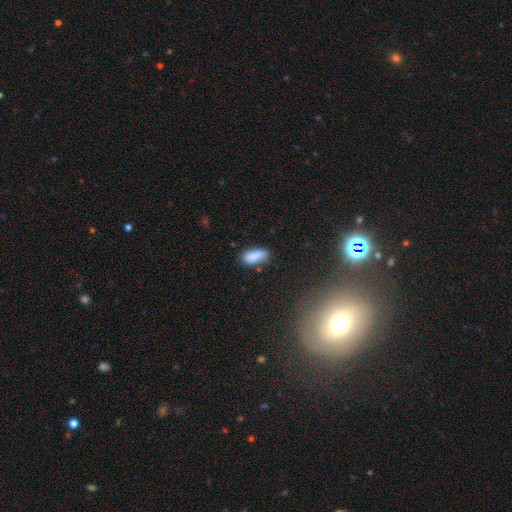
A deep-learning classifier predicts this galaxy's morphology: Smooth or featured? smooth (86%)
How rounded? in between (83%)
Merging? none (69%)